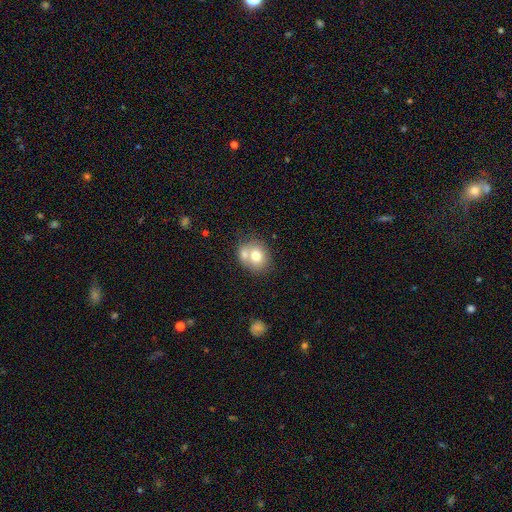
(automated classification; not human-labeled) Q: Smooth or featured?
A: smooth (71%); runner-up: featured or disk (21%)
Q: How rounded?
A: round (64%); runner-up: in between (35%)
Q: Merging?
A: merger (48%); runner-up: none (37%)